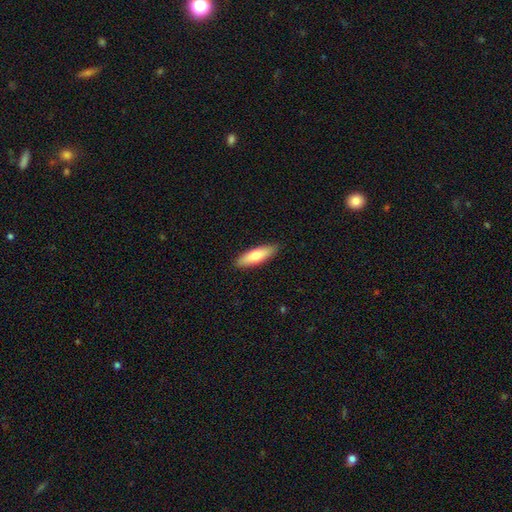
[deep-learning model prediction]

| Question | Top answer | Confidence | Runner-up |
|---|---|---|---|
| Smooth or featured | smooth | 72% | featured or disk (22%) |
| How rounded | cigar-shaped | 55% | in between (44%) |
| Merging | none | 89% | minor disturbance (8%) |